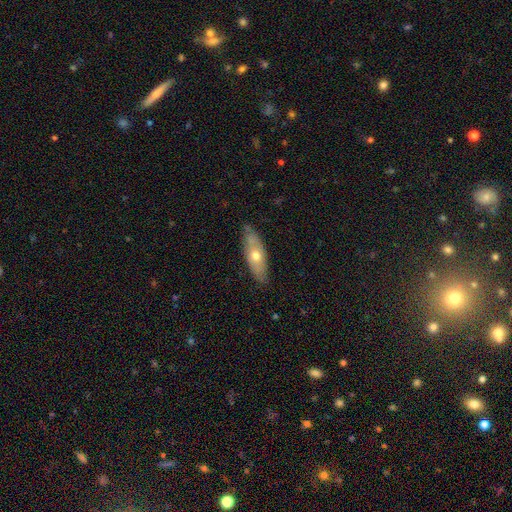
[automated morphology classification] Smooth or featured? Predicted: smooth (p=0.47). Merging? Predicted: none (p=0.81).